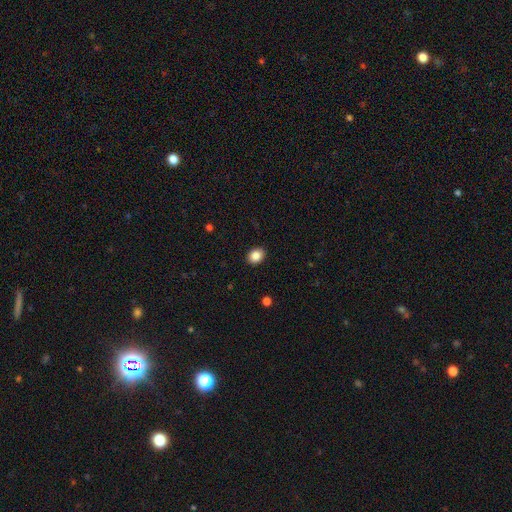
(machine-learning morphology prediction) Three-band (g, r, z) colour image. It shows a smooth galaxy with no disk features (86%) that is in between round and cigar-shaped (54%). Merging: none (91%).